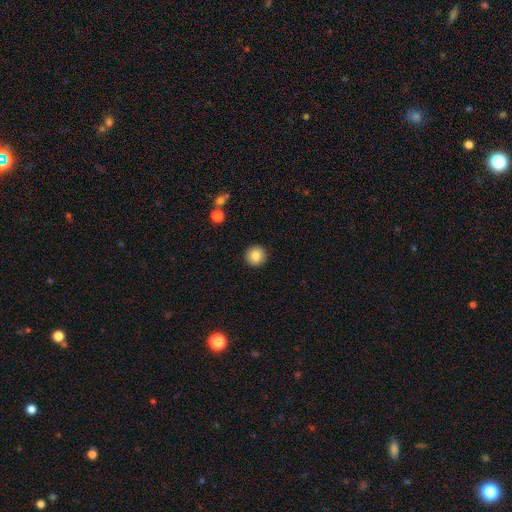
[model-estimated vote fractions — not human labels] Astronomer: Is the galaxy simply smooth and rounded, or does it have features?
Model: smooth — 84%.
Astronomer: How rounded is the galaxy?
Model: round — 95%.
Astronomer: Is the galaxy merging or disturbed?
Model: none — 92%.